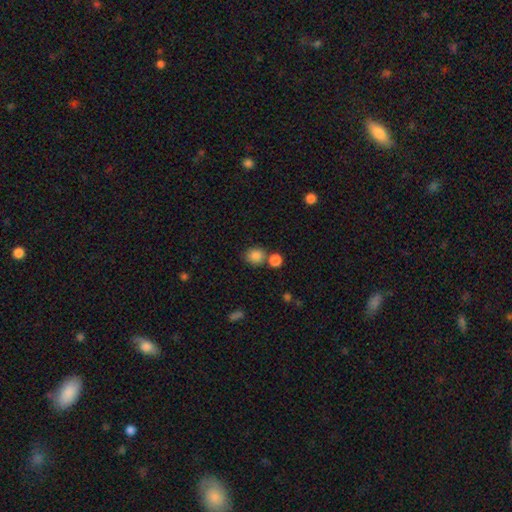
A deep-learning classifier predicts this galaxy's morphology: smooth_or_featured: smooth (p=0.85) [alt: star or artifact p=0.10]
how_rounded: round (p=0.78) [alt: in between p=0.21]
merging: none (p=0.63) [alt: merger p=0.22]